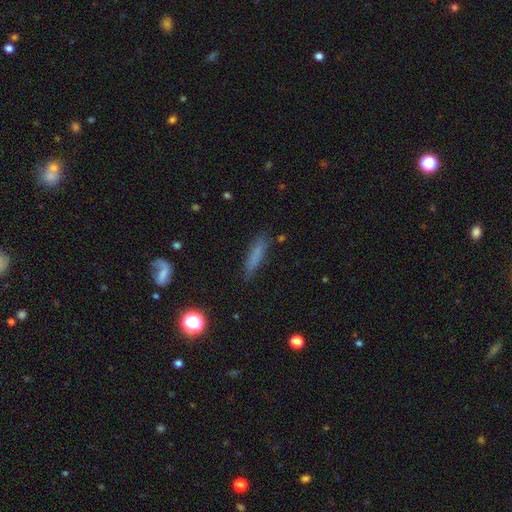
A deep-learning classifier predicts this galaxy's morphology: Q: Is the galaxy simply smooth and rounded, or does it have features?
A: smooth — 72%.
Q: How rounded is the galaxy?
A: cigar-shaped — 81%.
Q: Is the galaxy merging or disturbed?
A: none — 80%.